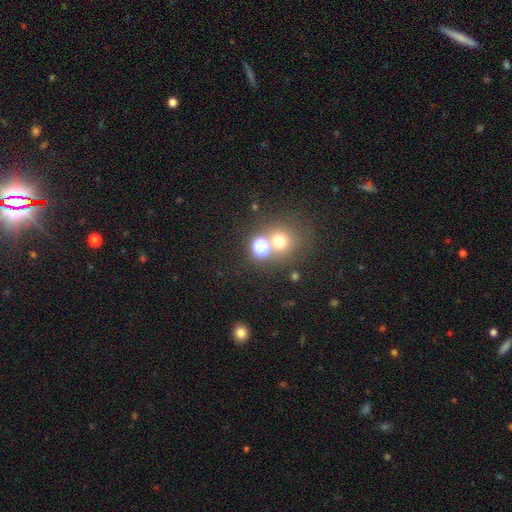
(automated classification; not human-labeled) Smooth or featured: star or artifact — 47% (smooth — 43%)